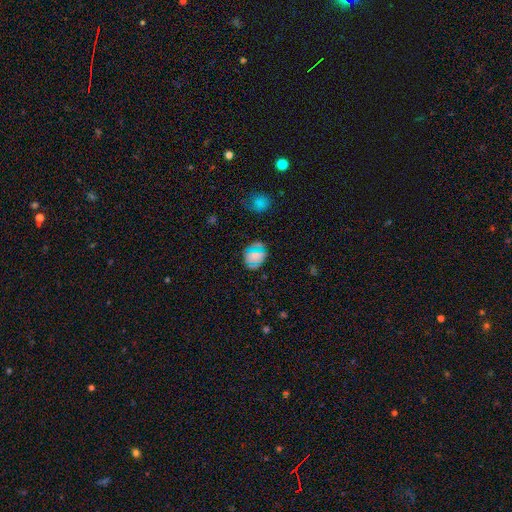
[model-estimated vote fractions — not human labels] smooth-or-featured: smooth: 60% | star or artifact: 23% | featured or disk: 16%
  how-rounded: round: 62% | in between: 35% | cigar-shaped: 2%
  merging: none: 69% | minor disturbance: 17% | merger: 7% | major disturbance: 7%